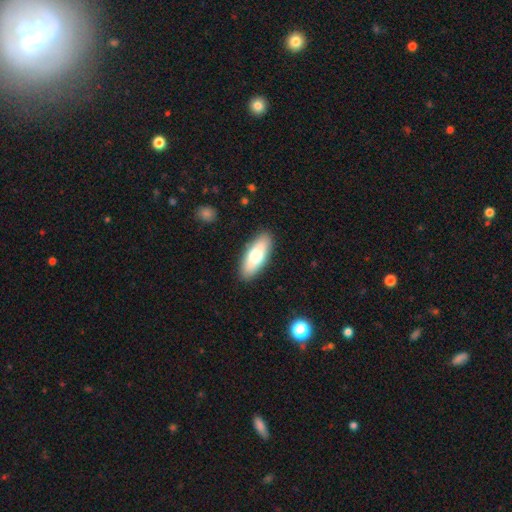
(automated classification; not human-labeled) Smooth or featured: smooth — 67% (featured or disk — 27%)
How rounded: in between — 70% (cigar-shaped — 28%)
Merging: none — 89% (minor disturbance — 8%)